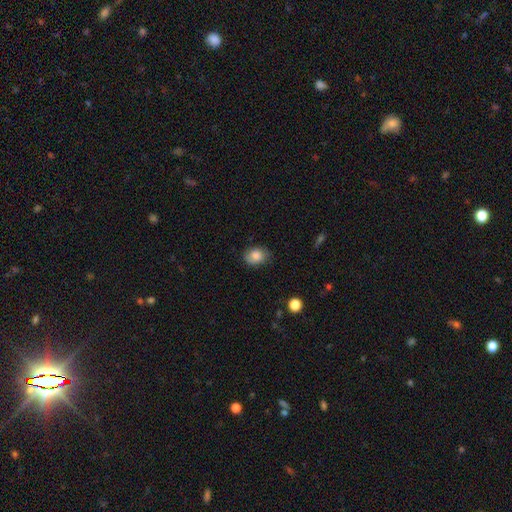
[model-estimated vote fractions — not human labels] A smooth galaxy with no disk features (81%) that is in between round and cigar-shaped (61%). Merging: none (75%).